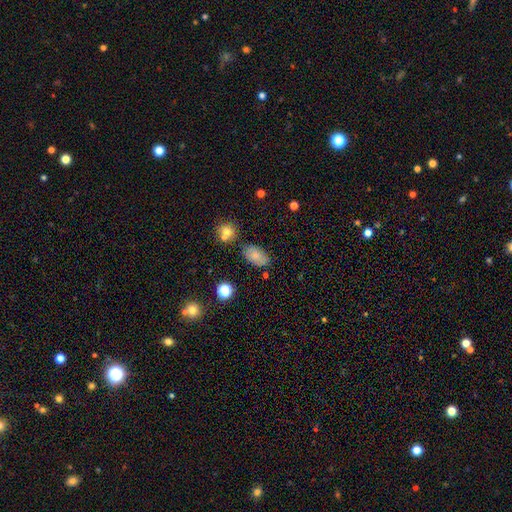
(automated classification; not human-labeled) A smooth galaxy with no disk features (77%) that is in between round and cigar-shaped (91%). Merging: none (75%).